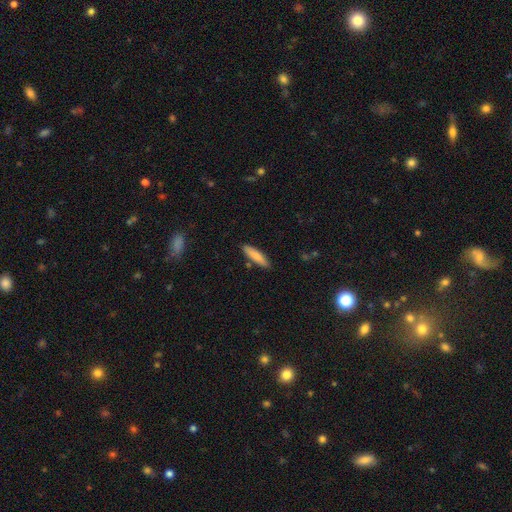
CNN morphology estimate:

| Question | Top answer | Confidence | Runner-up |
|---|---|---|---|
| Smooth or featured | smooth | 81% | featured or disk (13%) |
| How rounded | cigar-shaped | 74% | in between (24%) |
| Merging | none | 85% | minor disturbance (10%) |